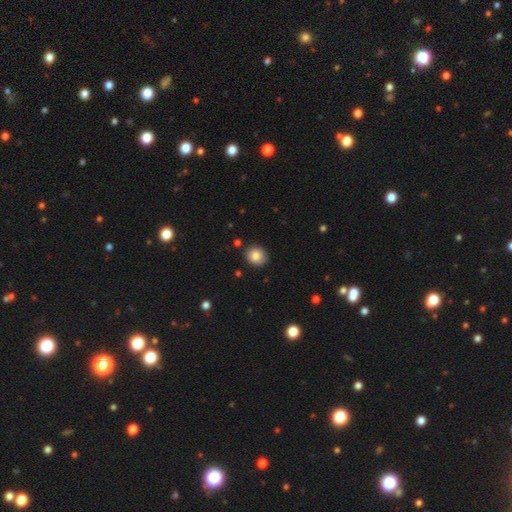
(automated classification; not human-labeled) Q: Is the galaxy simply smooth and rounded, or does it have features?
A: smooth — 84%.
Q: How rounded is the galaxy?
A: round — 73%.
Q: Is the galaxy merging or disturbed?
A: none — 89%.